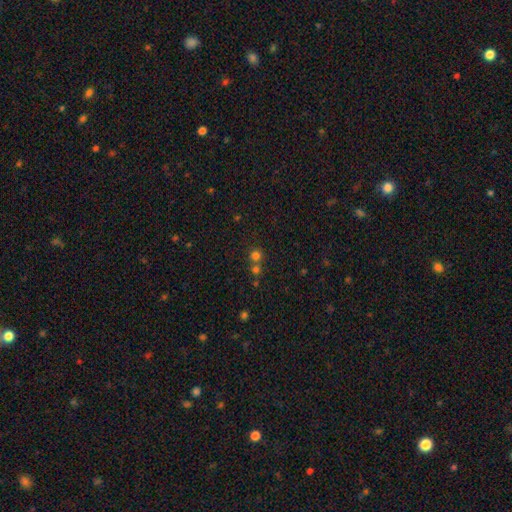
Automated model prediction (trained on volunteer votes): Overall: smooth (71%). How rounded: round (90%). Merging: none (56%; merger 36%).